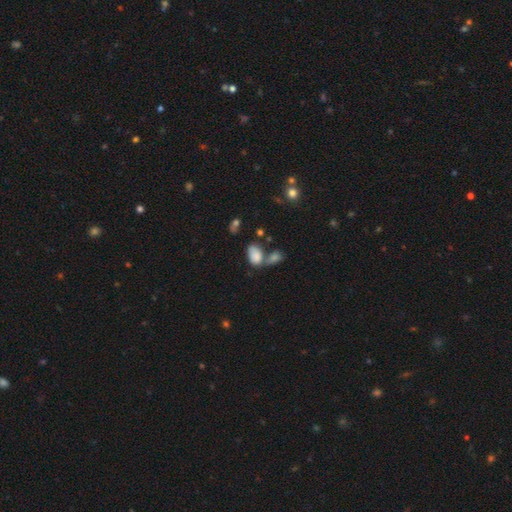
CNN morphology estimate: type=smooth (81%); roundness=in between (89%); merging=merger (42%).